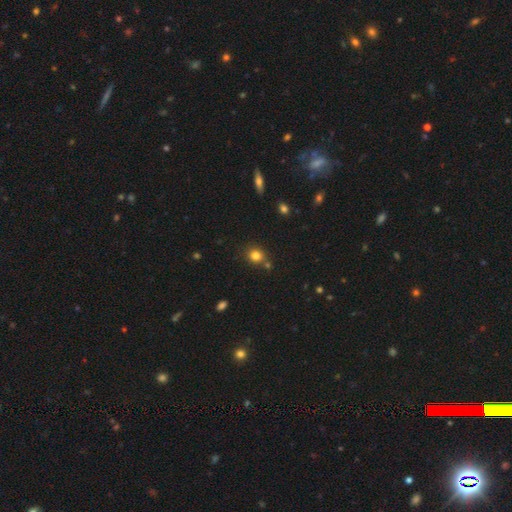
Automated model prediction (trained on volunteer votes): Q: Smooth or featured?
A: smooth (81%); runner-up: star or artifact (13%)
Q: How rounded?
A: round (78%); runner-up: in between (21%)
Q: Merging?
A: none (72%); runner-up: merger (13%)